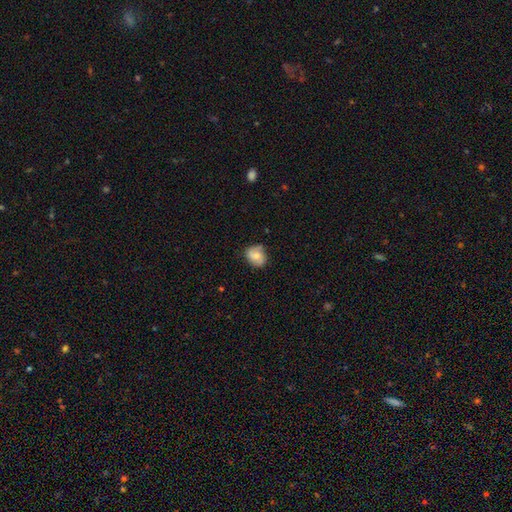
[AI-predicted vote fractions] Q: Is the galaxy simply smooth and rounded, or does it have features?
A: smooth — 54%.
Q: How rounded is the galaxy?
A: round — 59%.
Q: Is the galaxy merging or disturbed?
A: none — 69%.